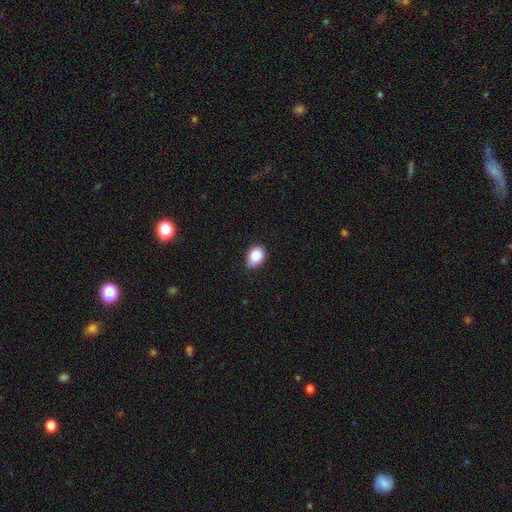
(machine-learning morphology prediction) smooth_or_featured: smooth (p=0.85) [alt: star or artifact p=0.09]
how_rounded: in between (p=0.69) [alt: round p=0.30]
merging: none (p=0.72) [alt: minor disturbance p=0.23]